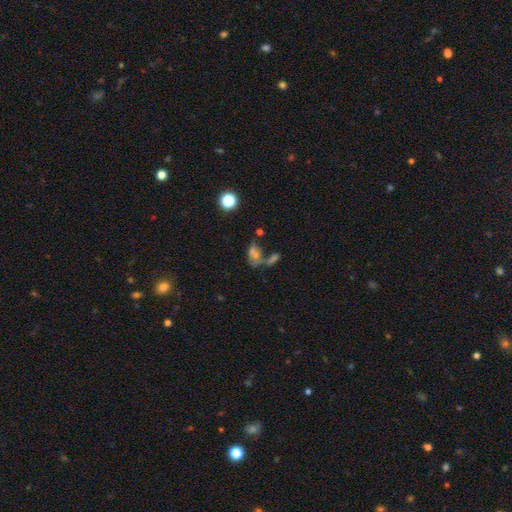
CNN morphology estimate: The model was most divided on "smooth or featured": smooth: 49%, featured or disk: 27%, star or artifact: 23%. Remaining: merging — merger (47%).